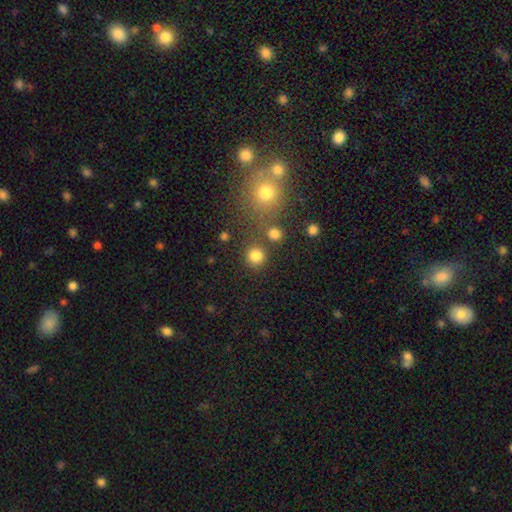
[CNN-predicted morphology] This appears to be a smooth galaxy with no disk features (82%) that is round (93%). Merging: none (81%).